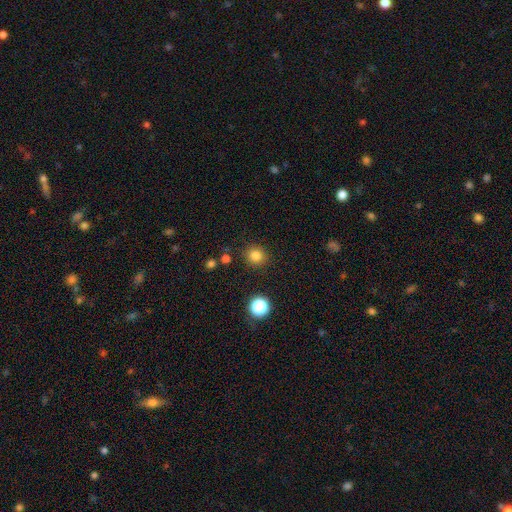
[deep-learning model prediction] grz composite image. It shows a smooth galaxy with no disk features (82%) that is round (90%). Merging: none (88%).